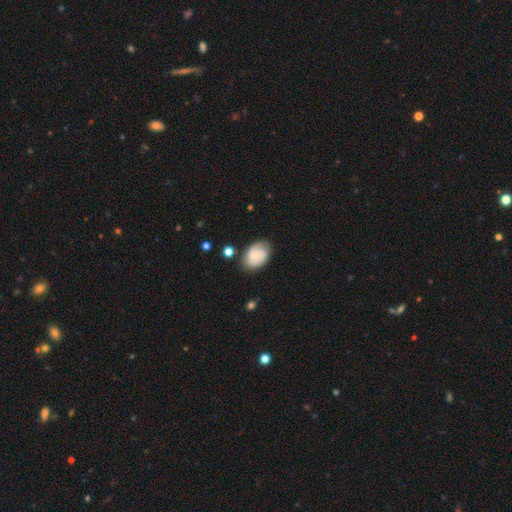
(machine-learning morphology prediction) This appears to be a smooth galaxy with no disk features (49%). Merging: none (70%).